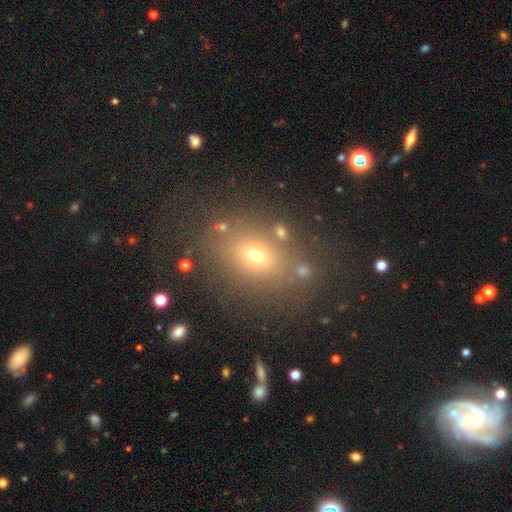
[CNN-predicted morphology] Smooth or featured: smooth — 62% (star or artifact — 23%)
How rounded: in between — 62% (round — 36%)
Merging: none — 77% (minor disturbance — 11%)